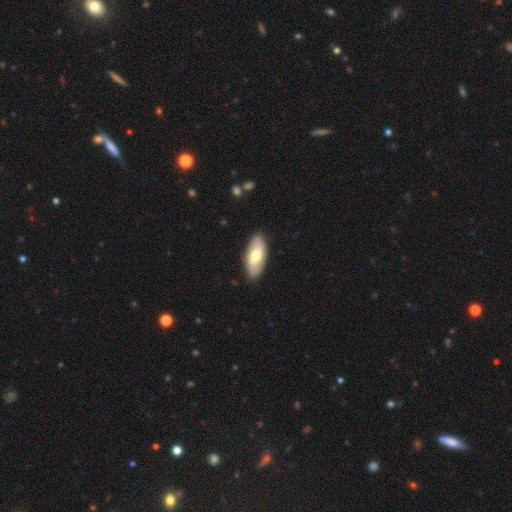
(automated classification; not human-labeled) smooth 61%, featured or disk 34%, star or artifact 5%. Down the decision tree: how rounded — in between (86%); merging — none (87%).